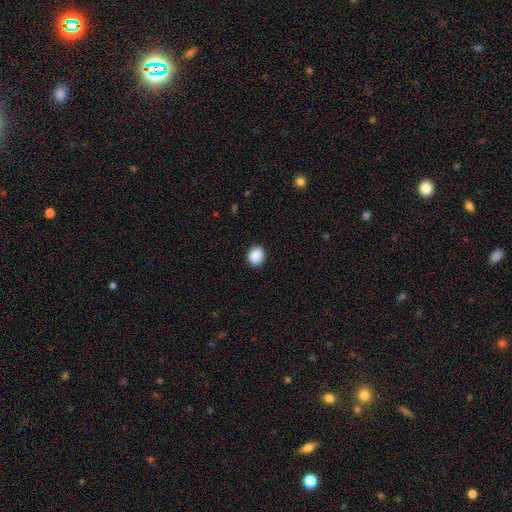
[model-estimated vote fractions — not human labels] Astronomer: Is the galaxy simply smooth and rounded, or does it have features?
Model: smooth — 89%.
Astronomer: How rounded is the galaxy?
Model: round — 59% (runner-up: in between, 40%).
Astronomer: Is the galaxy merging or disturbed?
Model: none — 87%.